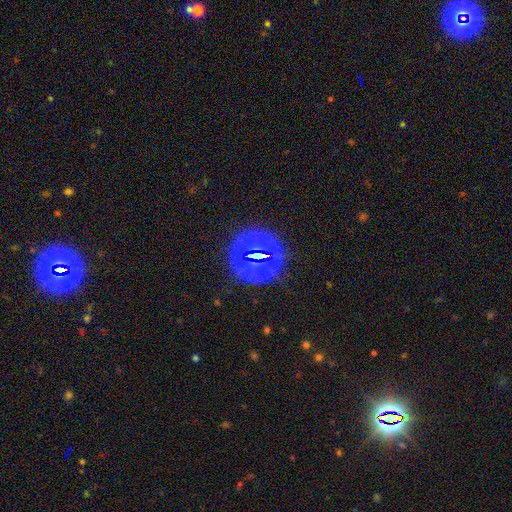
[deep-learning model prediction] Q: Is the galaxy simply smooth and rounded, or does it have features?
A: star or artifact — 74%.